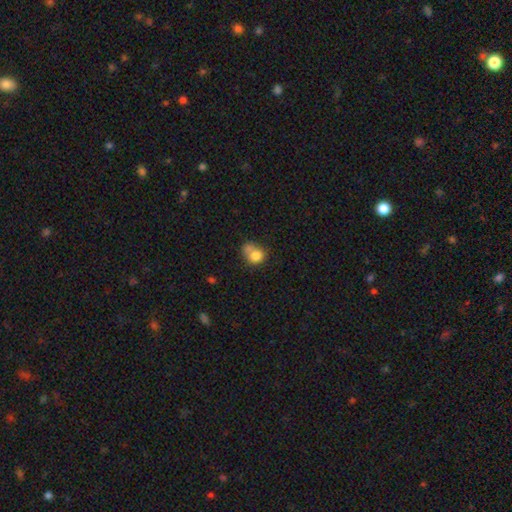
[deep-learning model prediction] smooth 77%, featured or disk 13%, star or artifact 10%. Down the decision tree: how rounded — round (59%); merging — merger (39%).